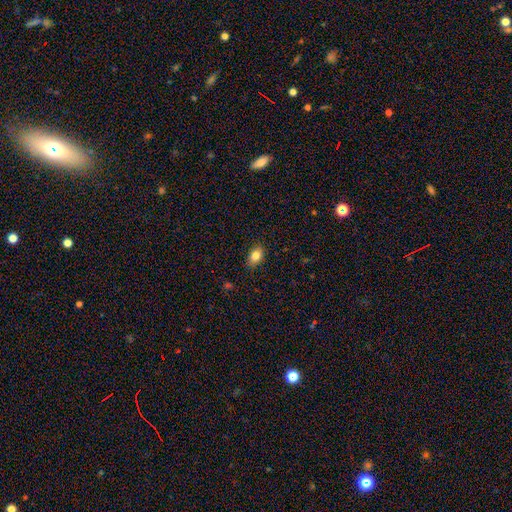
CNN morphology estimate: type=smooth (83%); roundness=in between (81%); merging=none (84%).